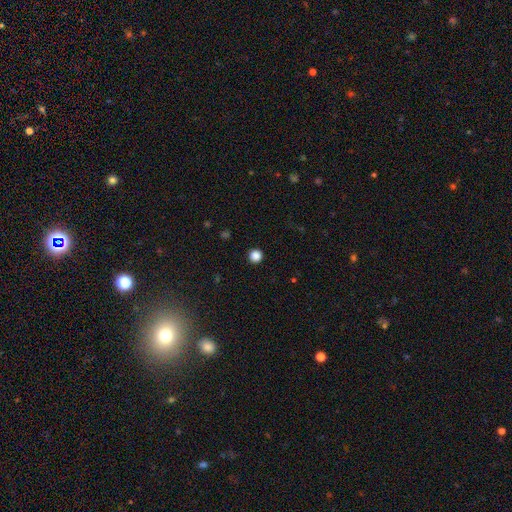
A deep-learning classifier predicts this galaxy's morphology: type=smooth (86%); roundness=round (96%); merging=none (93%).